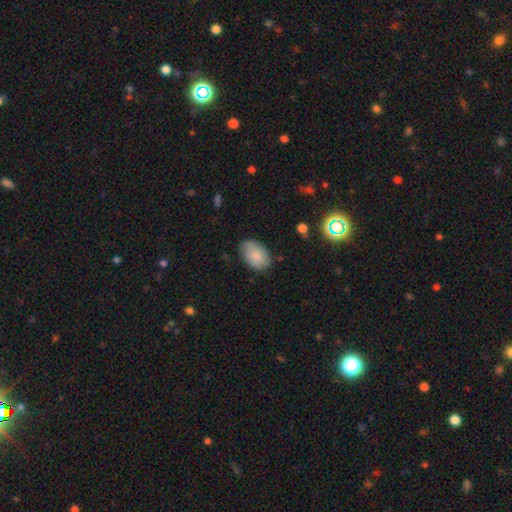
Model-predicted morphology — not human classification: Smooth or featured? smooth (80%)
How rounded? in between (86%)
Merging? none (72%)